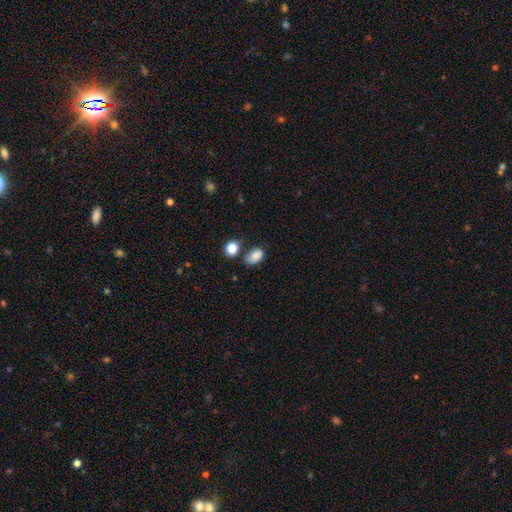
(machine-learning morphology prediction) smooth-or-featured: smooth: 85% | star or artifact: 9% | featured or disk: 6%
  how-rounded: in between: 83% | round: 16% | cigar-shaped: 1%
  merging: none: 43% | minor disturbance: 30% | merger: 16% | major disturbance: 11%